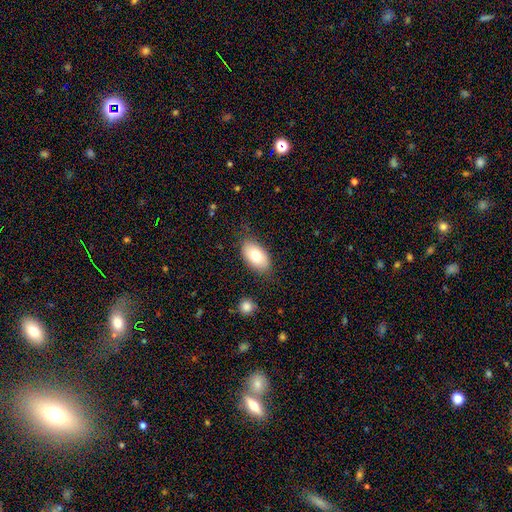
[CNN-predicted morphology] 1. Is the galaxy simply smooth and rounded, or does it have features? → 78% smooth, 15% featured or disk, 7% star or artifact.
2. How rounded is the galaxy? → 93% in between, 5% round, 2% cigar-shaped.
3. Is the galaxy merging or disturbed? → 77% none, 16% minor disturbance, 4% major disturbance, 2% merger.